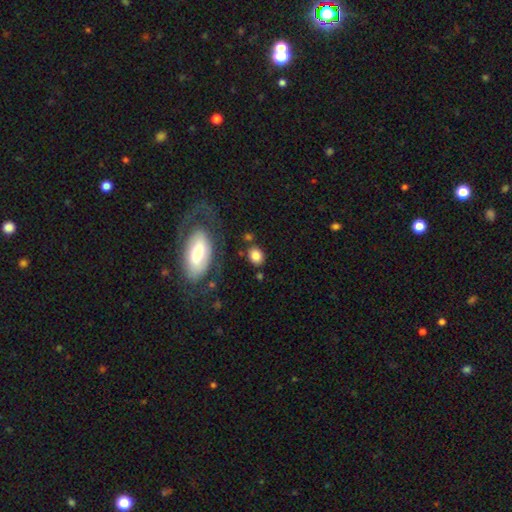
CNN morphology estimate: Smooth or featured?
  - smooth: 83% *
  - featured or disk: 9%
  - star or artifact: 8%
How rounded?
  - in between: 55% *
  - round: 42%
  - cigar-shaped: 2%
Merging?
  - none: 76% *
  - minor disturbance: 13%
  - merger: 6%
  - major disturbance: 5%